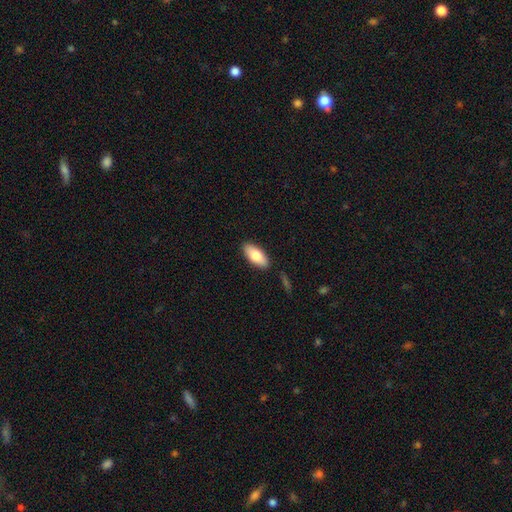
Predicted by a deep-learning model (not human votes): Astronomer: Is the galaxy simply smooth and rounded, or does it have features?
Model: smooth — 78%.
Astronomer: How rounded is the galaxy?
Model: in between — 88%.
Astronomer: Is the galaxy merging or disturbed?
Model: none — 88%.